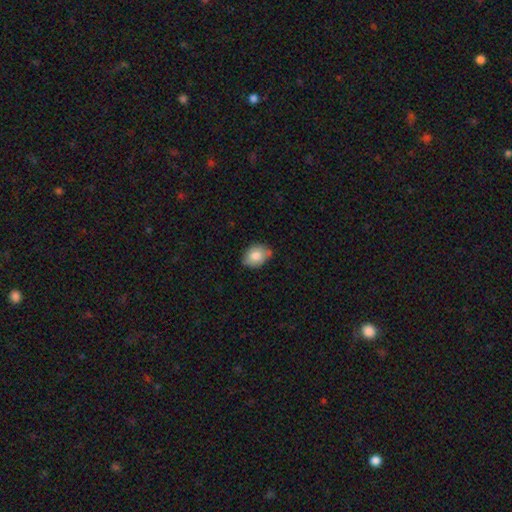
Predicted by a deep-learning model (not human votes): Morphology: type=smooth (81%); roundness=in between (66%); merging=none (69%).